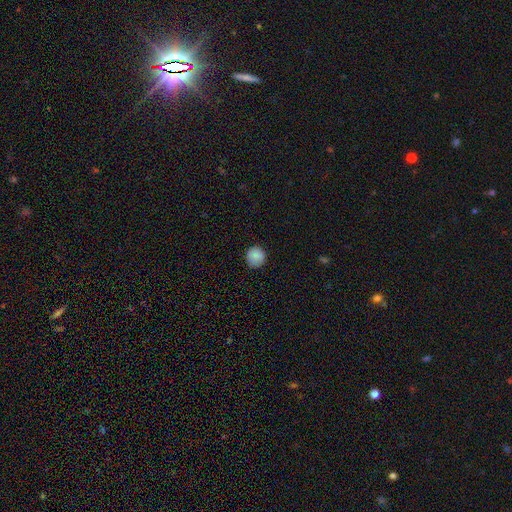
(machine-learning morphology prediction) The model was most divided on "merging": none: 87%, minor disturbance: 10%, major disturbance: 2%, merger: 1%. More confident: how rounded — round (93%); smooth or featured — smooth (87%).